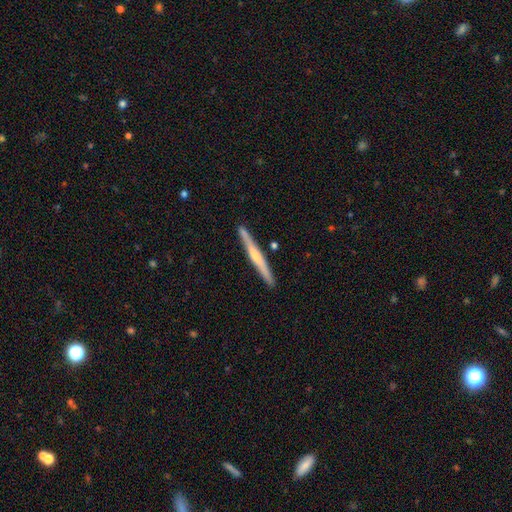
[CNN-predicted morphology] Overall: featured or disk (63%; smooth 32%). Edge-on disk: yes (98%). Edge-on bulge: rounded (59%; none 32%). Merging: none (90%).